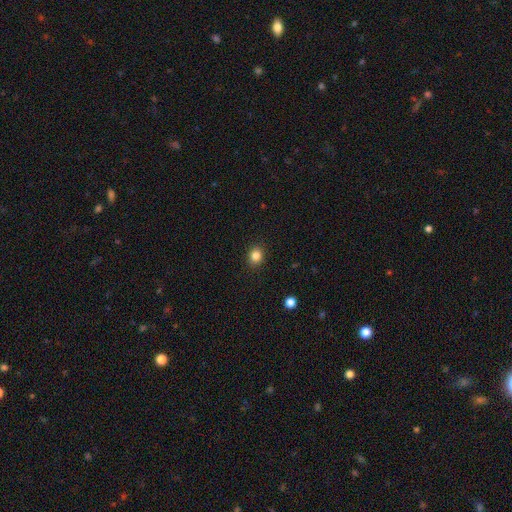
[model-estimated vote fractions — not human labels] Smooth or featured: smooth — 84% (star or artifact — 11%)
How rounded: round — 71% (in between — 28%)
Merging: none — 91% (minor disturbance — 6%)